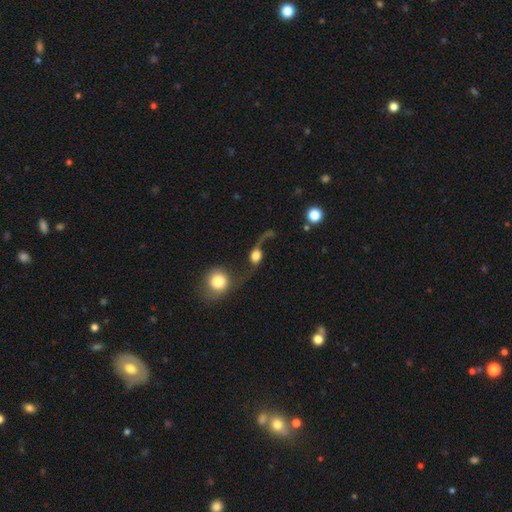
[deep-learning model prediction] A featured or disk galaxy (53%). Merging: major disturbance (31%).